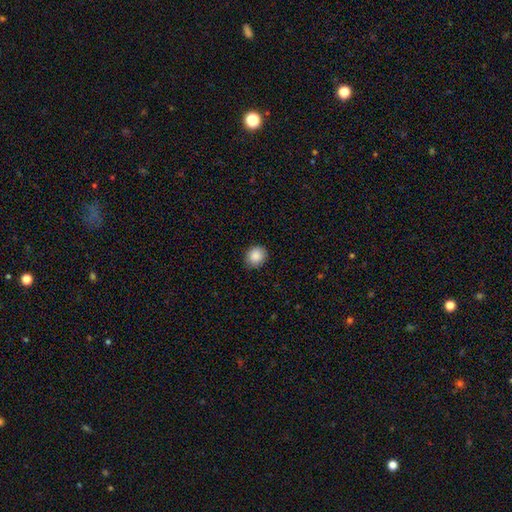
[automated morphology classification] smooth_or_featured: smooth (p=0.88) [alt: star or artifact p=0.08]
how_rounded: round (p=0.76) [alt: in between p=0.23]
merging: none (p=0.87) [alt: minor disturbance p=0.10]